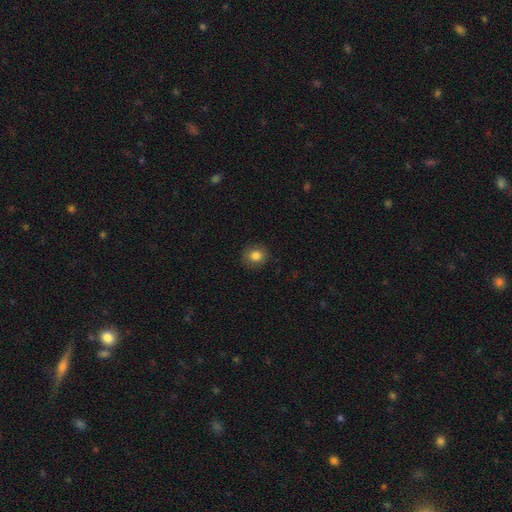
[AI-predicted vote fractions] Smooth or featured? Predicted: smooth (p=0.83). How rounded? Predicted: round (p=0.84). Merging? Predicted: none (p=0.88).